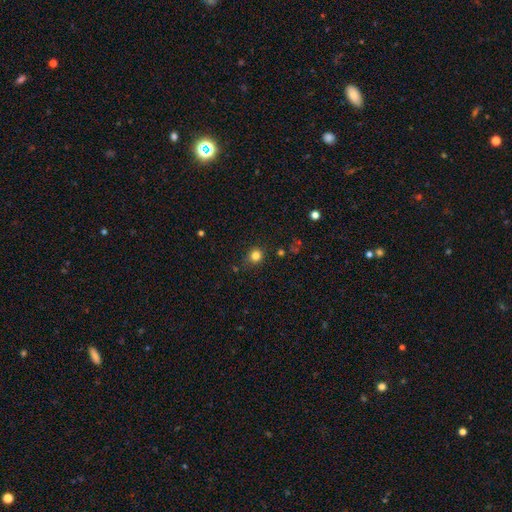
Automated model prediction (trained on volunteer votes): The model was most divided on "smooth or featured": smooth: 82%, star or artifact: 13%, featured or disk: 5%. More confident: how rounded — round (84%); merging — none (83%).